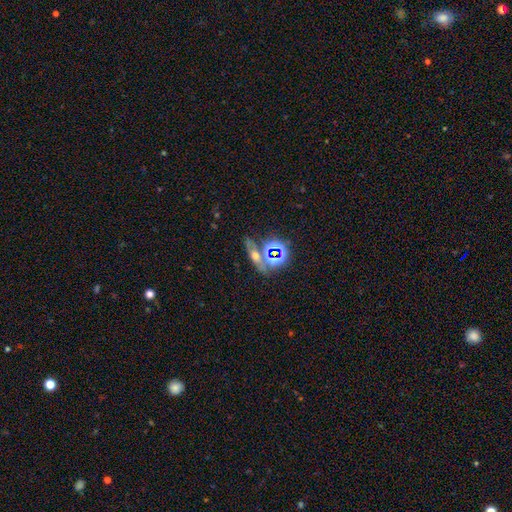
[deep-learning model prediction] Q: Smooth or featured?
A: star or artifact (40%); runner-up: smooth (37%)